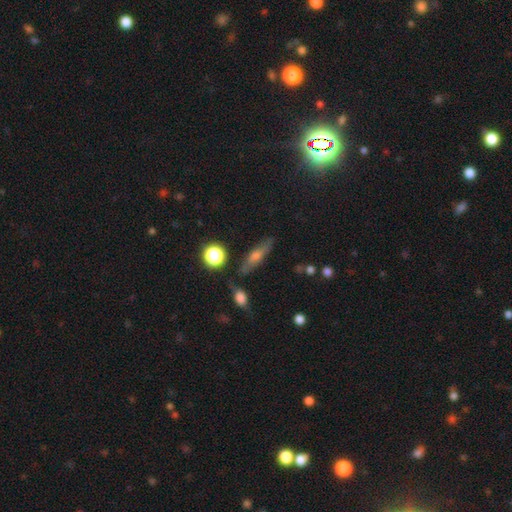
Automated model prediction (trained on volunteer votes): smooth_or_featured: smooth (p=0.44) [alt: featured or disk p=0.42]
merging: none (p=0.76) [alt: minor disturbance p=0.15]